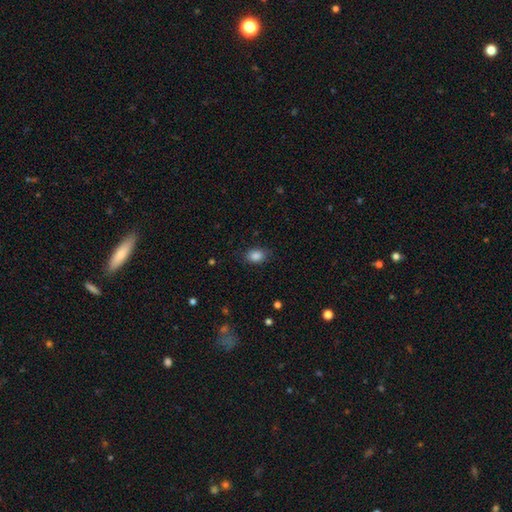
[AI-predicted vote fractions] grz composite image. It shows a smooth galaxy with no disk features (87%) that is in between round and cigar-shaped (76%). Merging: none (83%).